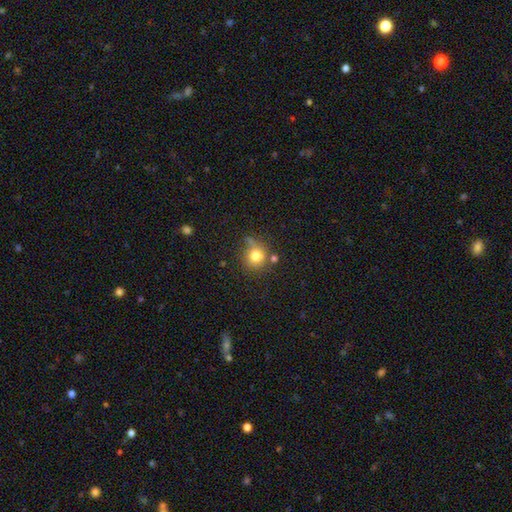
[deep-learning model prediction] smooth_or_featured: smooth (p=0.77) [alt: star or artifact p=0.13]
how_rounded: round (p=0.86) [alt: in between p=0.13]
merging: none (p=0.62) [alt: minor disturbance p=0.20]